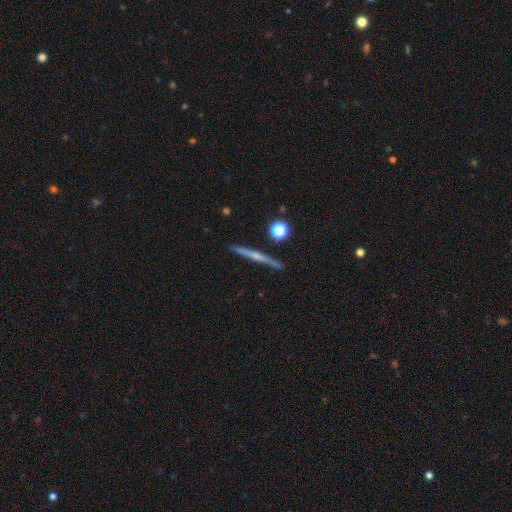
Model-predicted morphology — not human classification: The model was most divided on "edge-on bulge": rounded: 60%, none: 33%, boxy: 8%. More confident: edge-on disk — yes (97%); merging — none (89%); smooth or featured — featured or disk (66%).